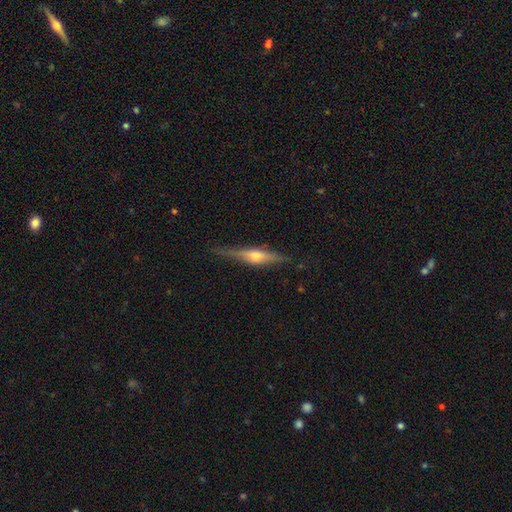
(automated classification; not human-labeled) The model was most divided on "smooth or featured": featured or disk: 72%, smooth: 22%, star or artifact: 7%. More confident: edge-on disk — yes (96%); merging — none (83%); edge-on bulge — rounded (83%).